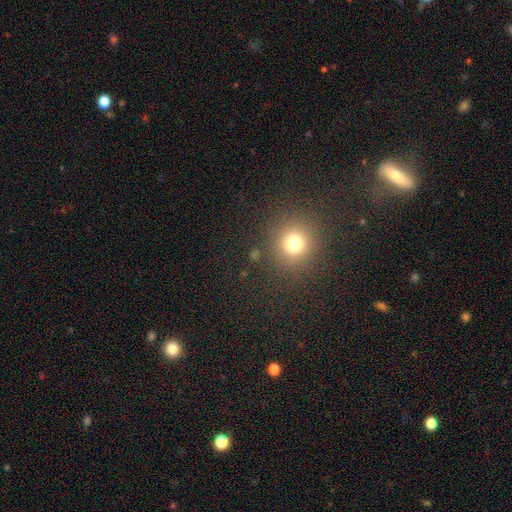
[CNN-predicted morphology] smooth-or-featured: smooth: 70% | star or artifact: 23% | featured or disk: 7%
  how-rounded: round: 92% | in between: 7% | cigar-shaped: 1%
  merging: none: 88% | minor disturbance: 6% | major disturbance: 3% | merger: 3%